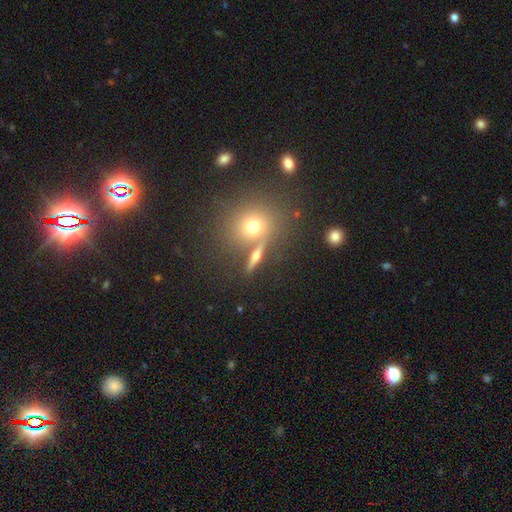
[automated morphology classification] Smooth or featured? smooth (47%)
Merging? none (75%)